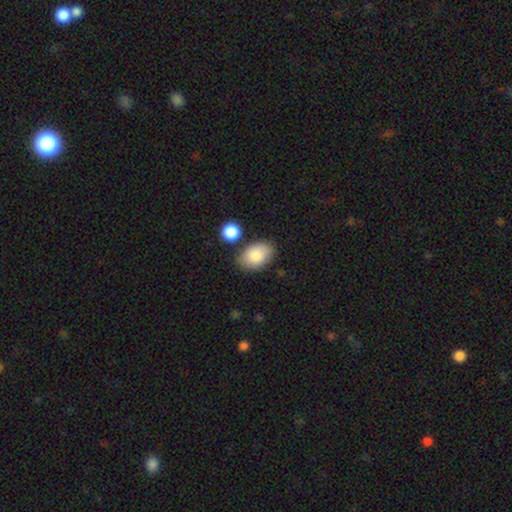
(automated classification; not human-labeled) This is clearly a smooth galaxy (85%). How rounded: clearly in between (89%). Merging: likely none (74%).